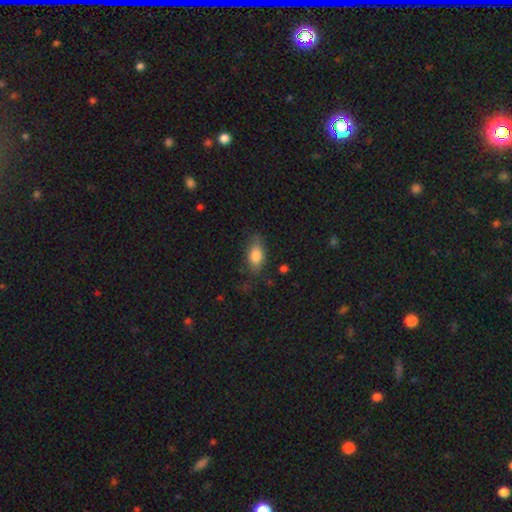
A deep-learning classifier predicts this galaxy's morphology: type=smooth (81%); roundness=in between (87%); merging=none (73%).